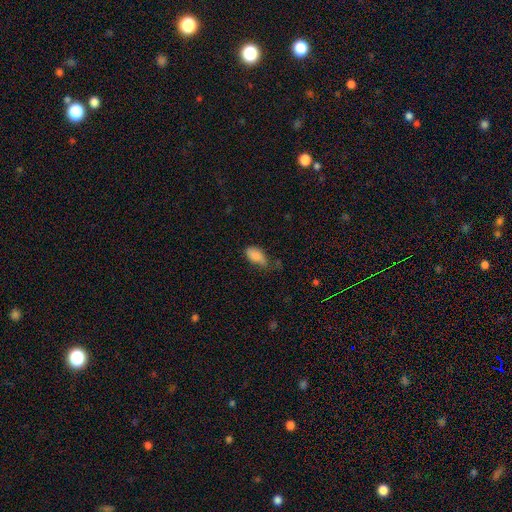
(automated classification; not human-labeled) smooth 85%, star or artifact 8%, featured or disk 7%. Down the decision tree: how rounded — in between (92%); merging — none (45%).